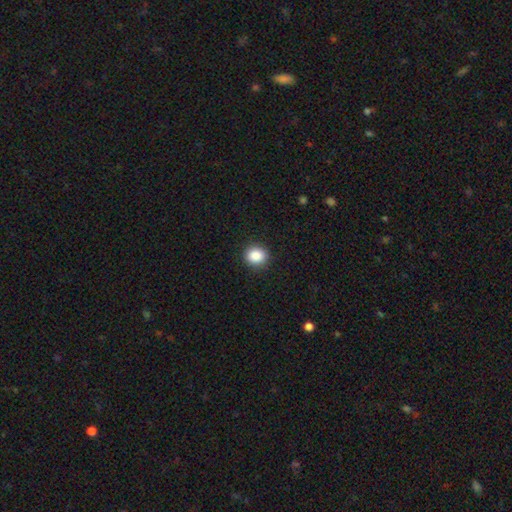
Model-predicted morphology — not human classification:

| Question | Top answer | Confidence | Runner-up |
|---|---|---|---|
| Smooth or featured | smooth | 87% | star or artifact (9%) |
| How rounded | round | 75% | in between (24%) |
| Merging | none | 90% | minor disturbance (7%) |